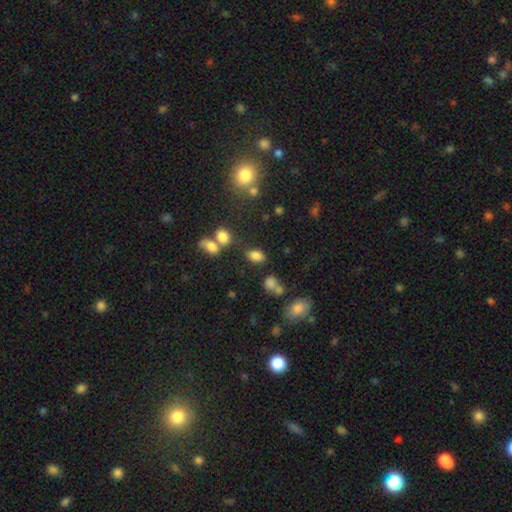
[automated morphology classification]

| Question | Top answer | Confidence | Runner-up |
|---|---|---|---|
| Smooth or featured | smooth | 80% | star or artifact (13%) |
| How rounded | in between | 86% | round (12%) |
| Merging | none | 67% | minor disturbance (14%) |